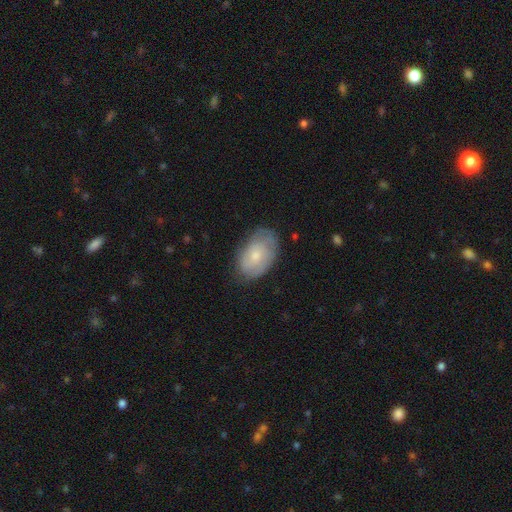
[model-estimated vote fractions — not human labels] This appears to be a smooth galaxy with no disk features (55%) that is in between round and cigar-shaped (87%). Merging: none (67%).